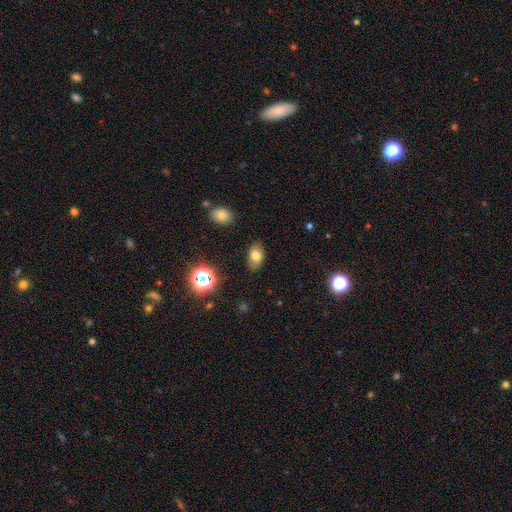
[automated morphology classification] Overall: smooth (76%). How rounded: in between (87%). Merging: none (83%).